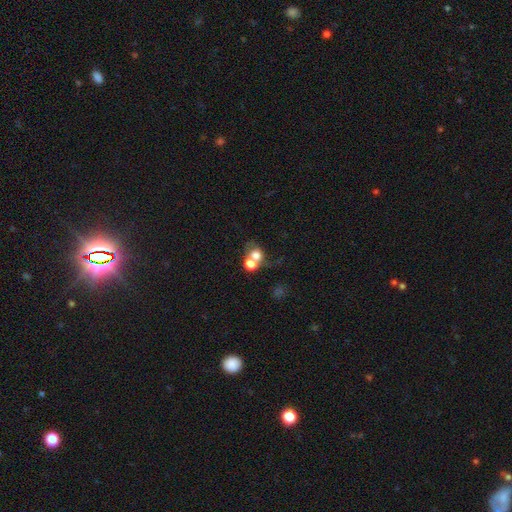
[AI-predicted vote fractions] Morphology: type=smooth (68%); roundness=round (68%); merging=merger (57%).